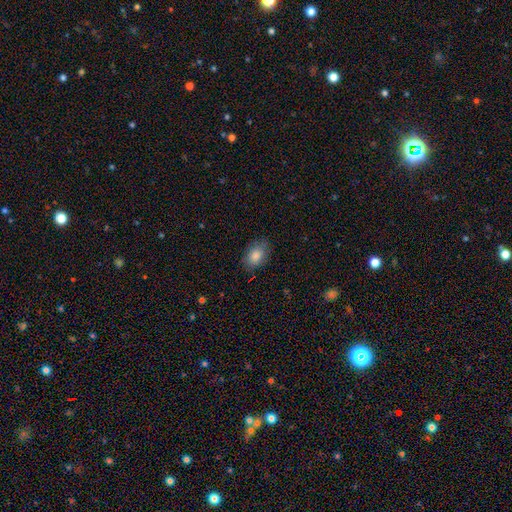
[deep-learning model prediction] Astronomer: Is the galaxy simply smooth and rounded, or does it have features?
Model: smooth — 85%.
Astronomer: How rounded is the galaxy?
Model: in between — 85%.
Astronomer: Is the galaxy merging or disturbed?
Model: none — 81%.